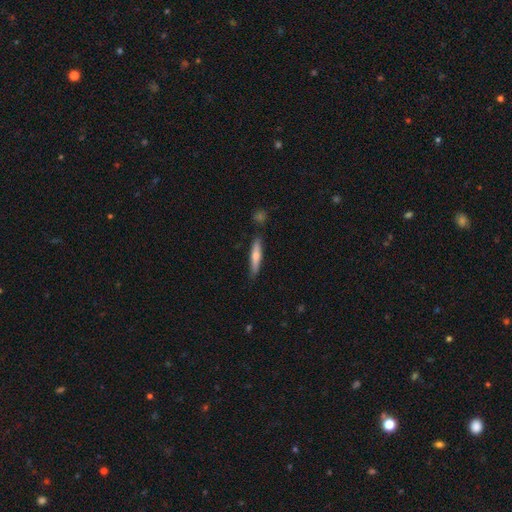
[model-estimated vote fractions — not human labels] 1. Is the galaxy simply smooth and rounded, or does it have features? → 61% smooth, 33% featured or disk, 6% star or artifact.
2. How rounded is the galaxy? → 87% cigar-shaped, 11% in between, 2% round.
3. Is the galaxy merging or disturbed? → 83% none, 12% minor disturbance, 3% merger, 2% major disturbance.